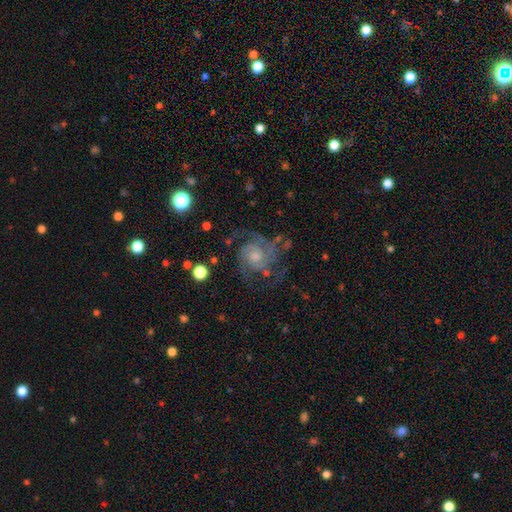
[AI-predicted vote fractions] Q: Smooth or featured?
A: featured or disk (83%); runner-up: smooth (10%)
Q: Edge-on disk?
A: no (98%); runner-up: yes (2%)
Q: Bar?
A: no (72%); runner-up: weak (24%)
Q: Spiral arms?
A: yes (95%); runner-up: no (5%)
Q: Spiral winding?
A: tight (47%); runner-up: medium (42%)
Q: Spiral arm count?
A: 2 (33%); runner-up: 3 (26%)
Q: Bulge size?
A: moderate (47%); runner-up: small (39%)
Q: Merging?
A: none (61%); runner-up: minor disturbance (19%)